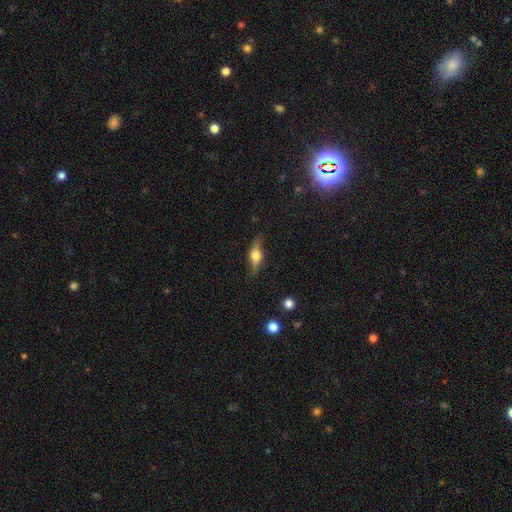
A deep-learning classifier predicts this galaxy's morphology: This appears to be a featured or disk galaxy (56%) viewed edge-on (91%) with a rounded central bulge (94%). Merging: none (81%).